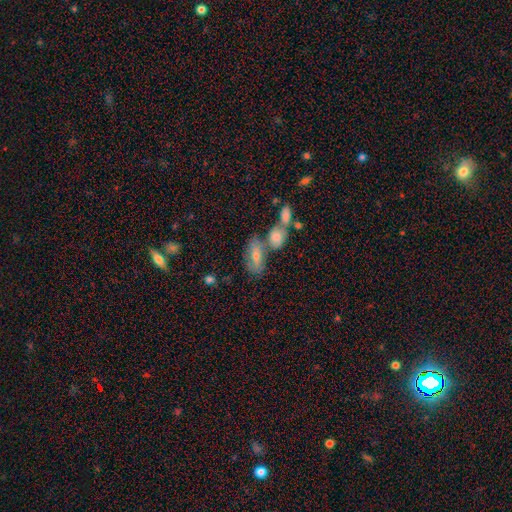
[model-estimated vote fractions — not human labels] Smooth or featured: smooth — 65% (featured or disk — 27%)
How rounded: in between — 81% (cigar-shaped — 12%)
Merging: merger — 40% (tied with none — 40%)